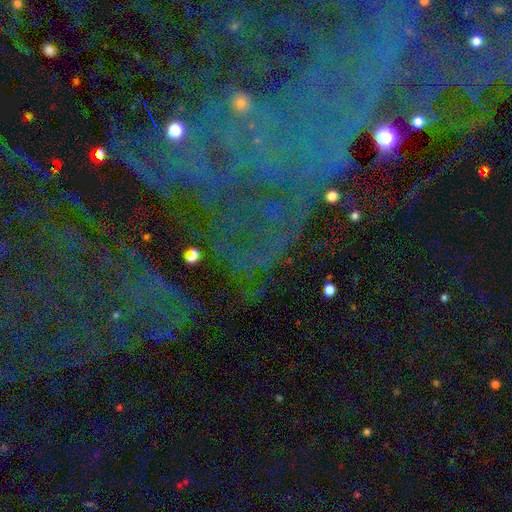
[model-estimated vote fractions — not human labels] star or artifact 76%, featured or disk 14%, smooth 10%.